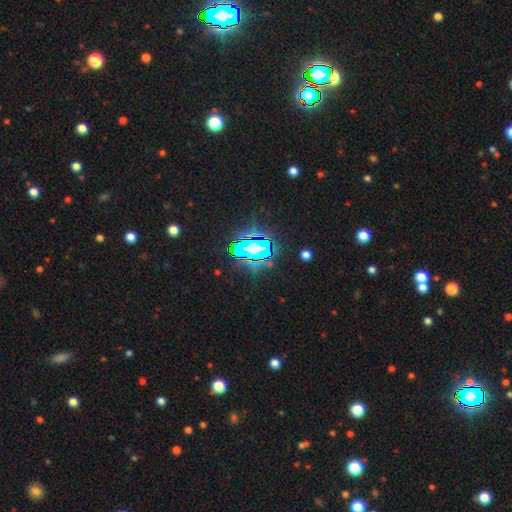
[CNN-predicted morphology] Smooth or featured? Predicted: star or artifact (p=0.77).